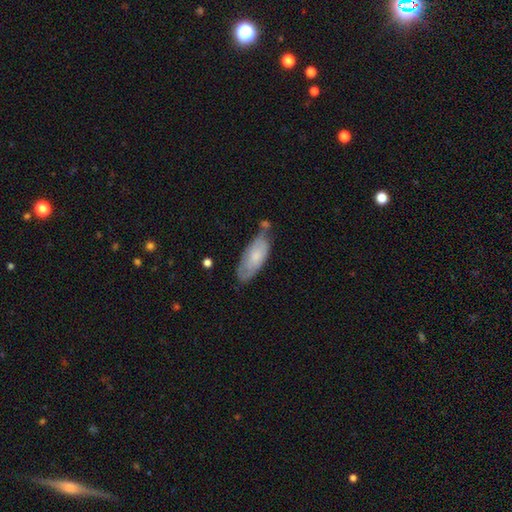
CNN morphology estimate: Q: Smooth or featured?
A: smooth (63%); runner-up: featured or disk (31%)
Q: How rounded?
A: in between (76%); runner-up: cigar-shaped (22%)
Q: Merging?
A: none (52%); runner-up: minor disturbance (31%)